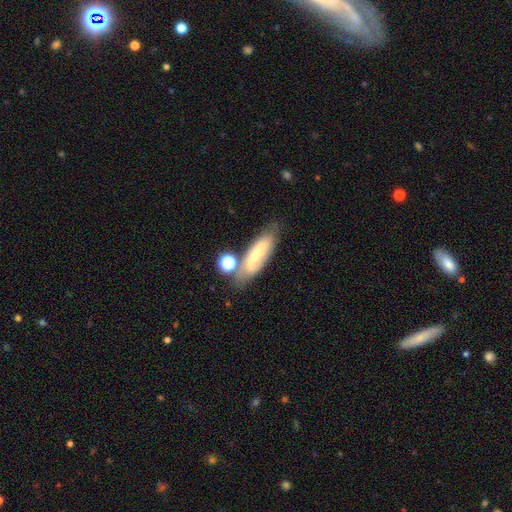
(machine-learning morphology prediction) Smooth or featured: smooth — 50% (featured or disk — 41%)
Merging: none — 60% (minor disturbance — 19%)